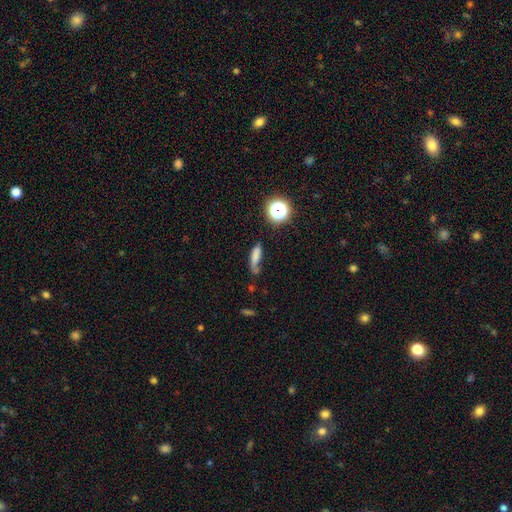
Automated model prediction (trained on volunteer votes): smooth-or-featured: smooth: 70% | star or artifact: 16% | featured or disk: 15%
  how-rounded: cigar-shaped: 55% | in between: 36% | round: 9%
  merging: none: 49% | minor disturbance: 26% | major disturbance: 14% | merger: 11%